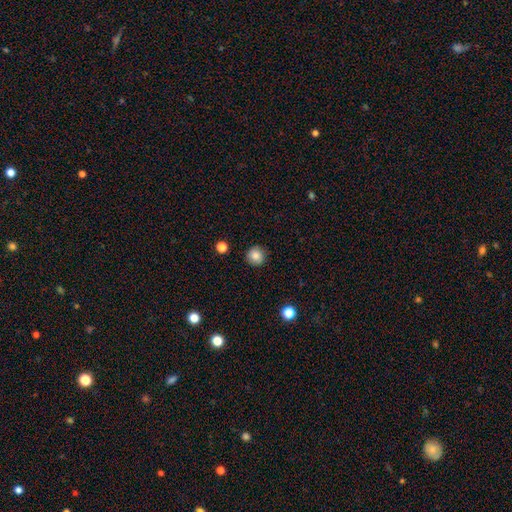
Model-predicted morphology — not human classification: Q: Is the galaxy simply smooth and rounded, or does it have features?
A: smooth — 83%.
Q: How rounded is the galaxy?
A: round — 95%.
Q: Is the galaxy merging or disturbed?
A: none — 91%.